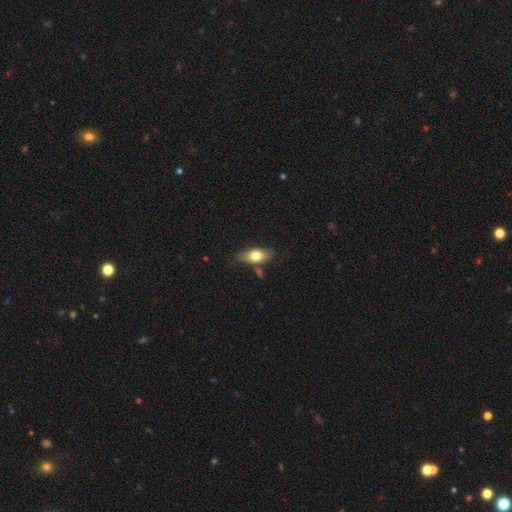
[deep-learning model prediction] A smooth galaxy with no disk features (71%) that is in between round and cigar-shaped (81%).

Vote fractions:
- Smooth or featured? smooth: 71% / featured or disk: 22% / star or artifact: 7%
- How rounded? in between: 81% / cigar-shaped: 12% / round: 7%
- Merging? none: 68% / minor disturbance: 20% / merger: 7% / major disturbance: 5%